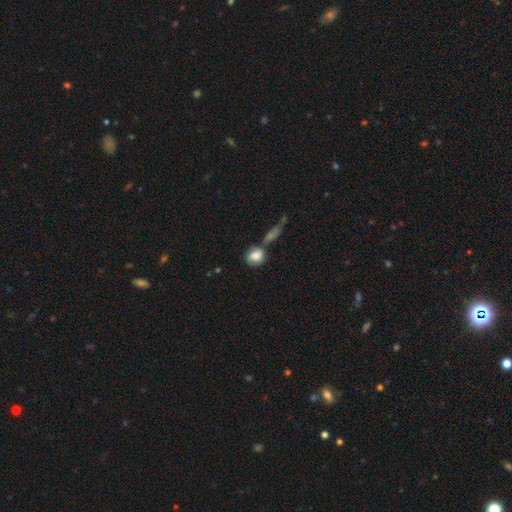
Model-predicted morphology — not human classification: smooth_or_featured: smooth (p=0.74) [alt: featured or disk p=0.18]
how_rounded: round (p=0.67) [alt: in between p=0.31]
merging: none (p=0.48) [alt: merger p=0.25]